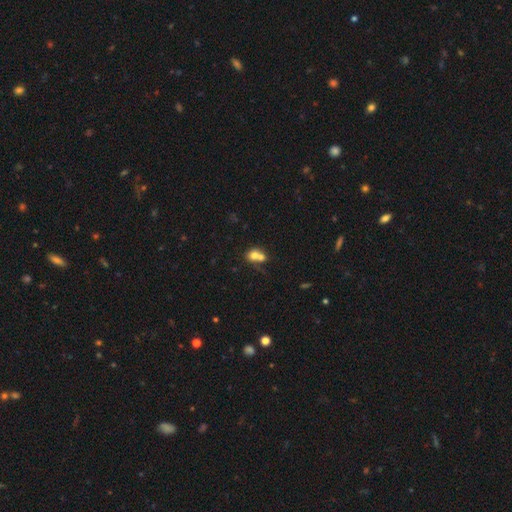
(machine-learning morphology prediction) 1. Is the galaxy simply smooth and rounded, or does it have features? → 70% smooth, 19% featured or disk, 11% star or artifact.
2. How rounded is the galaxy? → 60% round, 38% in between, 1% cigar-shaped.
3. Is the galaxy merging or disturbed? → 67% merger, 23% none, 6% minor disturbance, 4% major disturbance.